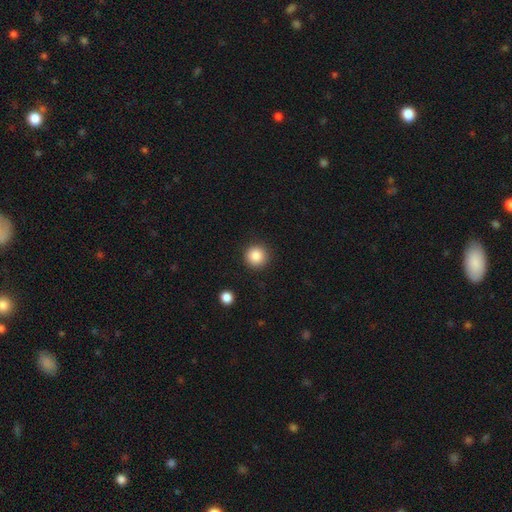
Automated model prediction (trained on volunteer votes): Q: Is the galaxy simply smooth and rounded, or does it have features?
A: smooth — 87%.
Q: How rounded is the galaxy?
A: round — 95%.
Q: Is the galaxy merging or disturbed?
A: none — 91%.